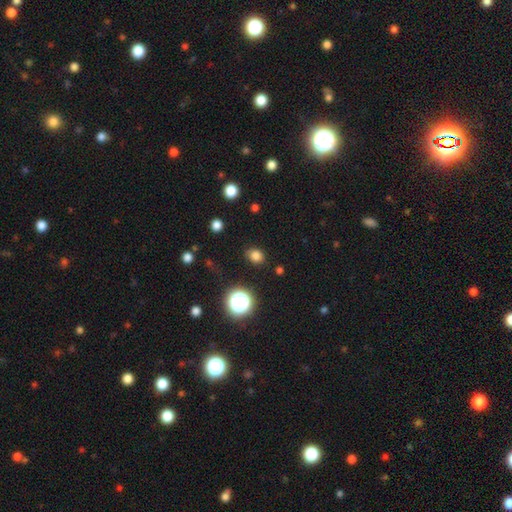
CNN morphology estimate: Smooth or featured: smooth — 80% (star or artifact — 15%)
How rounded: round — 55% (in between — 43%)
Merging: none — 83% (minor disturbance — 12%)